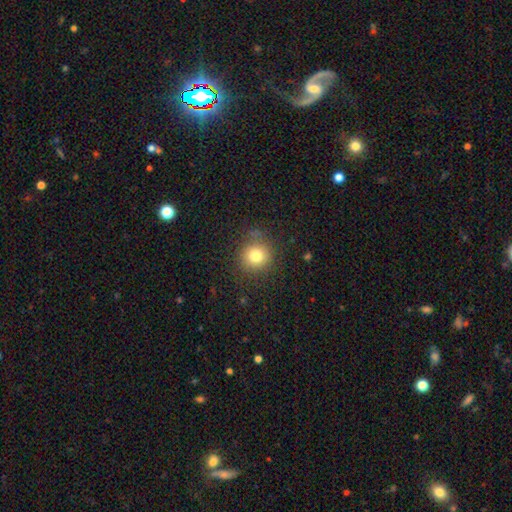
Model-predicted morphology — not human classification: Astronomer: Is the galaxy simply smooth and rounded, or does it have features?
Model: smooth — 79%.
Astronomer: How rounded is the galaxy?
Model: round — 90%.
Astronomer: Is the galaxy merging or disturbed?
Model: none — 83%.